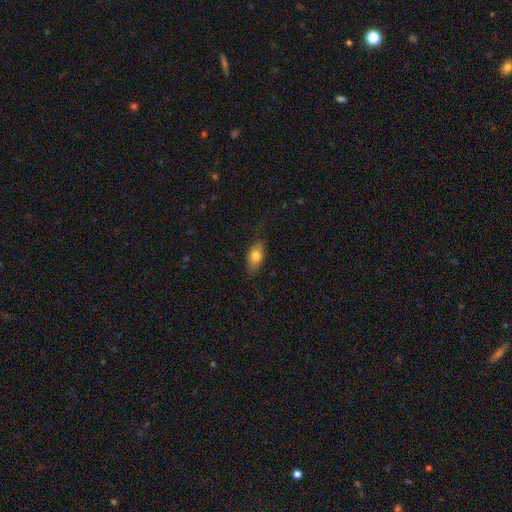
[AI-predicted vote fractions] This appears to be a smooth galaxy with no disk features (74%) that is in between round and cigar-shaped (84%). Merging: none (76%).